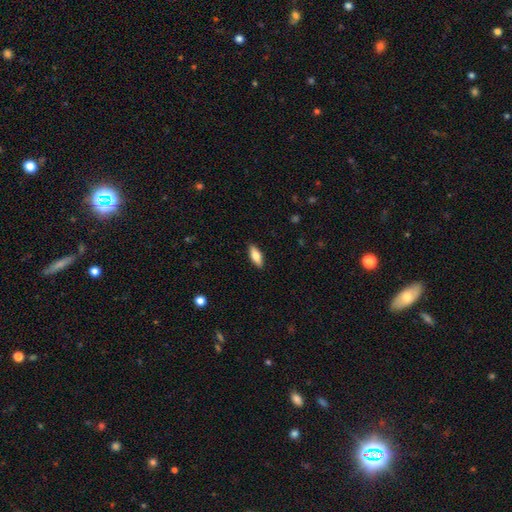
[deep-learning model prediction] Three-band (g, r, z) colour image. It shows a smooth galaxy with no disk features (77%) that is in between round and cigar-shaped (72%). Merging: none (89%).